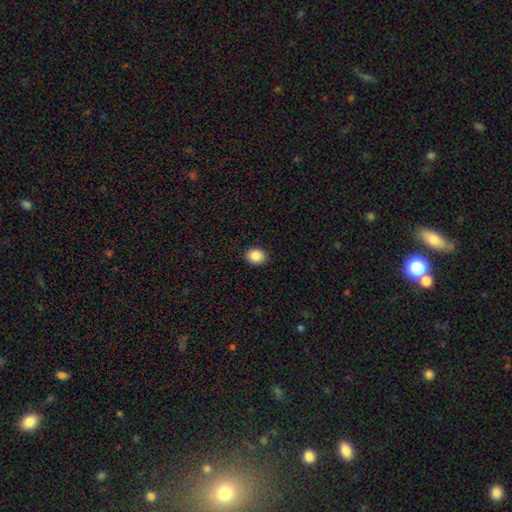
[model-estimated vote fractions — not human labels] Smooth or featured?
  - smooth: 88% *
  - star or artifact: 9%
  - featured or disk: 4%
How rounded?
  - round: 59% *
  - in between: 40%
  - cigar-shaped: 1%
Merging?
  - none: 90% *
  - minor disturbance: 7%
  - major disturbance: 2%
  - merger: 1%